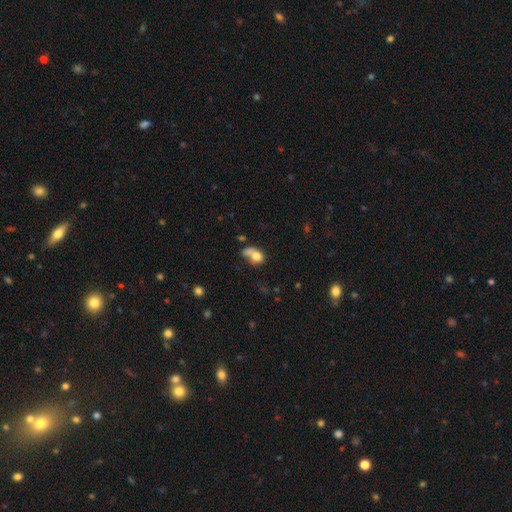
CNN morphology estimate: smooth-or-featured: smooth: 73% | featured or disk: 16% | star or artifact: 11%
  how-rounded: in between: 50% | round: 48% | cigar-shaped: 2%
  merging: merger: 39% | none: 27% | major disturbance: 18% | minor disturbance: 16%